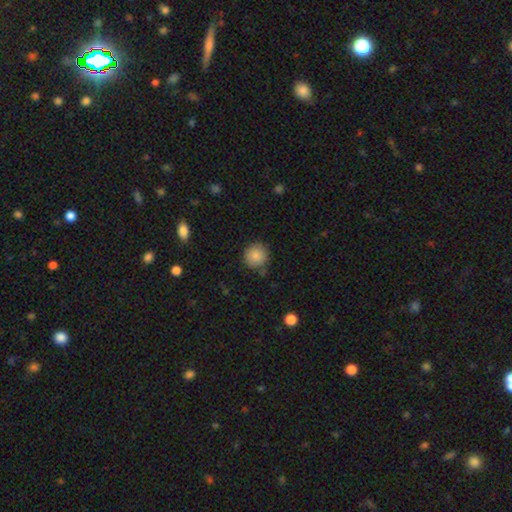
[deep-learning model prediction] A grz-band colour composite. It shows a smooth galaxy with no disk features (85%) that is round (93%). Merging: none (83%).